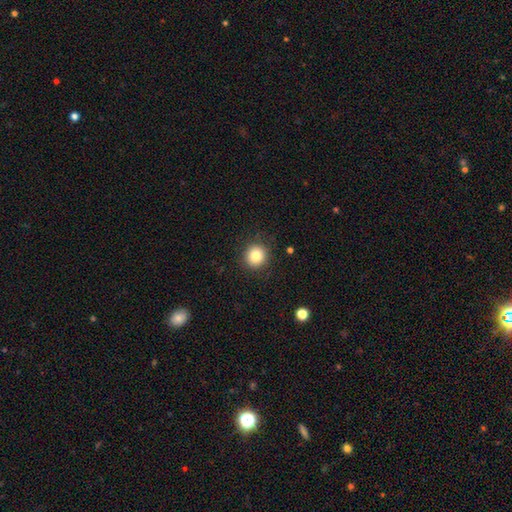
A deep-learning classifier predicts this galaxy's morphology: The model was most divided on "smooth or featured": smooth: 83%, star or artifact: 10%, featured or disk: 7%. More confident: how rounded — round (91%); merging — none (90%).